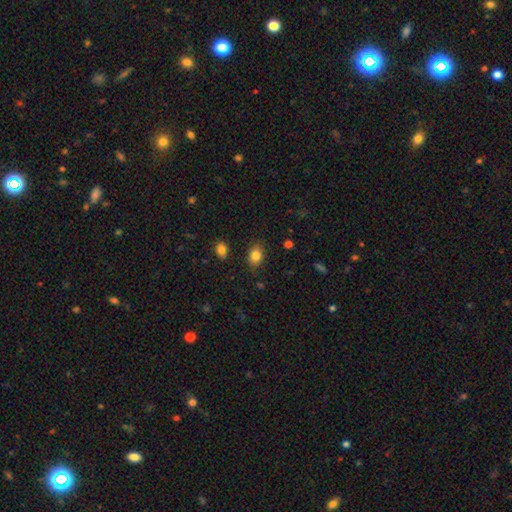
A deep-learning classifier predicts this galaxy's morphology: Q: Smooth or featured?
A: smooth (84%); runner-up: star or artifact (9%)
Q: How rounded?
A: in between (79%); runner-up: round (20%)
Q: Merging?
A: none (83%); runner-up: minor disturbance (13%)